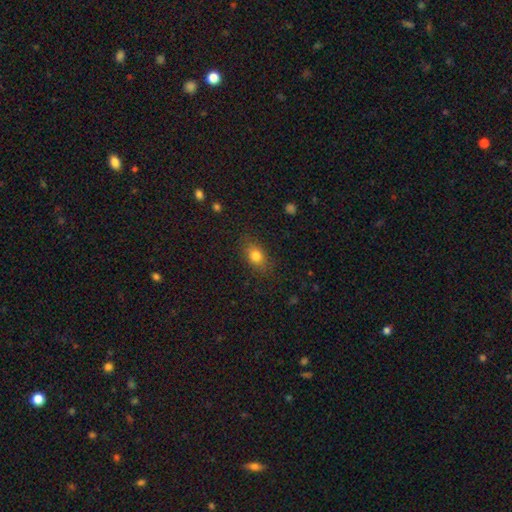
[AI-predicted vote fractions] This appears to be a smooth galaxy with no disk features (80%) that is in between round and cigar-shaped (71%). Merging: none (82%).